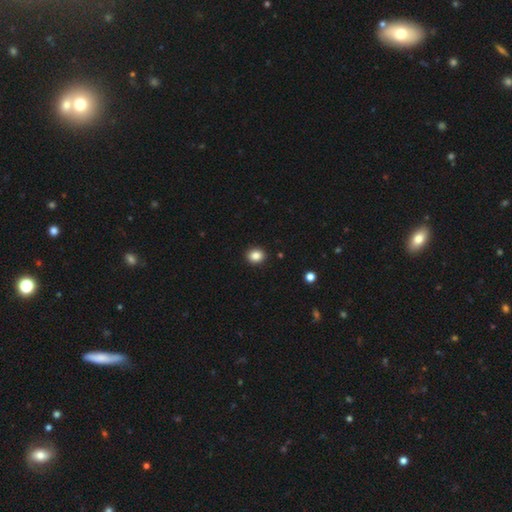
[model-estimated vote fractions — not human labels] The model was most divided on "how rounded": round: 69%, in between: 31%, cigar-shaped: 1%. More confident: merging — none (92%); smooth or featured — smooth (86%).